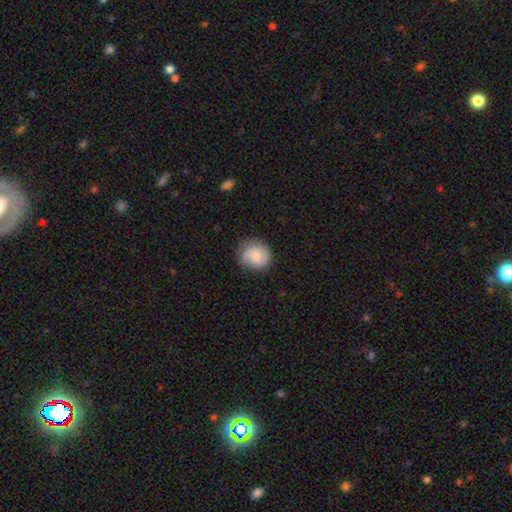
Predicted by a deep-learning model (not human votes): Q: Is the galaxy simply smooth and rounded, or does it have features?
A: smooth — 67%.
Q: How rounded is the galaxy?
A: round — 85%.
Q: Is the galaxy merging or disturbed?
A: none — 79%.